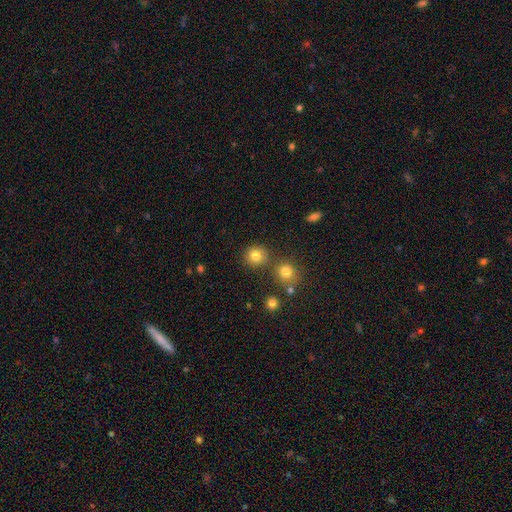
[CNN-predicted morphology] Smooth or featured? Predicted: smooth (p=0.81). How rounded? Predicted: round (p=0.89). Merging? Predicted: none (p=0.80).